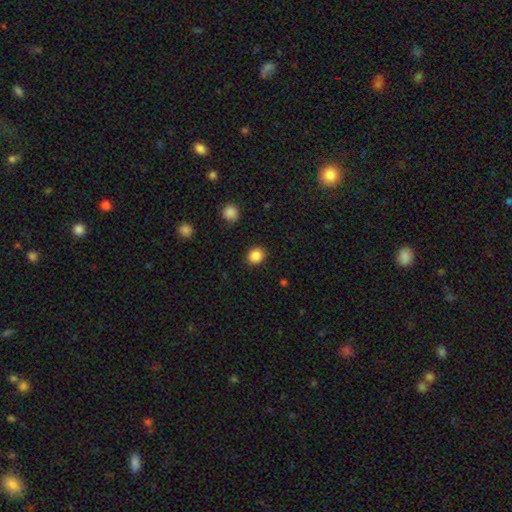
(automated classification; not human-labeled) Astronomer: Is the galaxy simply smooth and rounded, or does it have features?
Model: smooth — 87%.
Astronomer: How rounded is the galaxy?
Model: round — 78%.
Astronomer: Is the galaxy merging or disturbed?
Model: none — 90%.